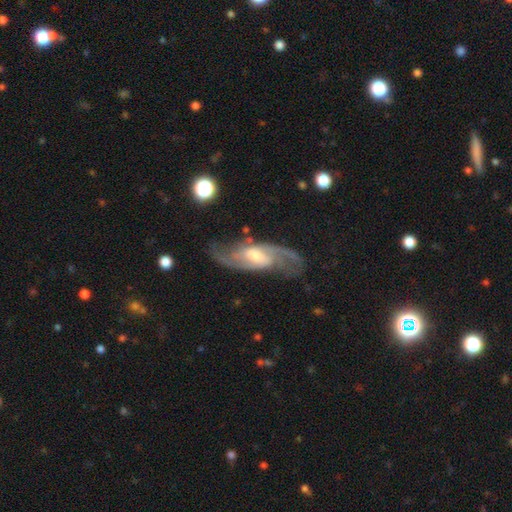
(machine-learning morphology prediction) Smooth or featured?
  - featured or disk: 87% *
  - smooth: 8%
  - star or artifact: 5%
Edge-on disk?
  - no: 92% *
  - yes: 8%
Bar?
  - weak: 52% *
  - no: 28%
  - strong: 20%
Spiral arms?
  - yes: 97% *
  - no: 3%
Spiral winding?
  - medium: 48% *
  - loose: 38%
  - tight: 15%
Spiral arm count?
  - 2: 89% *
  - can't tell: 5%
  - 3: 3%
  - 1: 2%
  - 4: 1%
  - more than 4: 1%
Bulge size?
  - moderate: 54% *
  - small: 32%
  - large: 9%
  - none: 4%
  - dominant: 1%
Merging?
  - none: 74% *
  - minor disturbance: 16%
  - major disturbance: 8%
  - merger: 2%